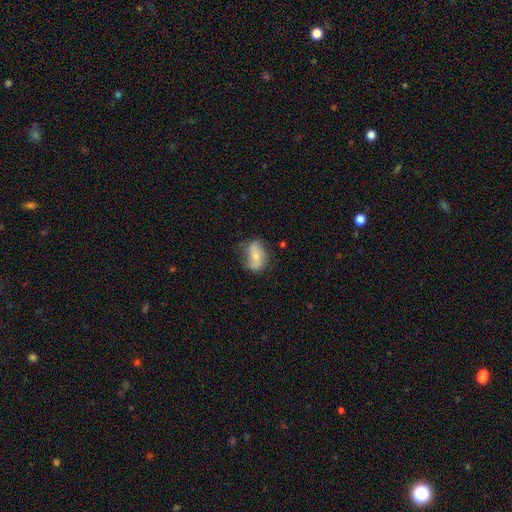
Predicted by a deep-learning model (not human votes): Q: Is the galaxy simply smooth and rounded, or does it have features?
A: smooth — 53%.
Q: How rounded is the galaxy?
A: in between — 82%.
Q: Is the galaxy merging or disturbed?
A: none — 58%.